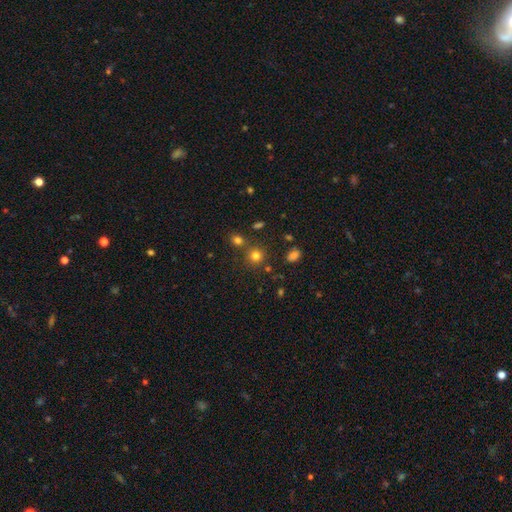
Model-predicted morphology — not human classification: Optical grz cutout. It shows a smooth galaxy with no disk features (76%) that is round (90%). Merging: none (75%).